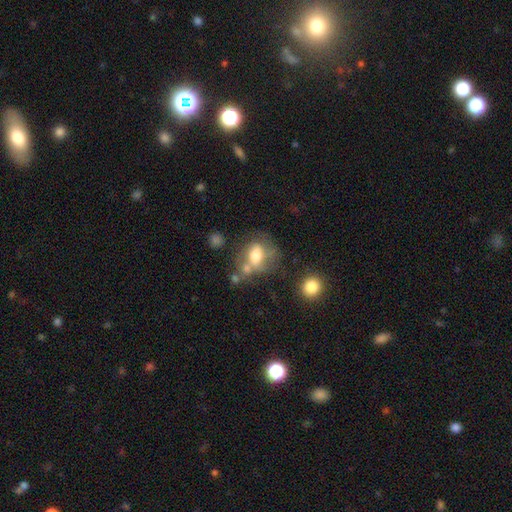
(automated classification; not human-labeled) Smooth or featured? Predicted: smooth (p=0.58). How rounded? Predicted: in between (p=0.57). Merging? Predicted: none (p=0.32).